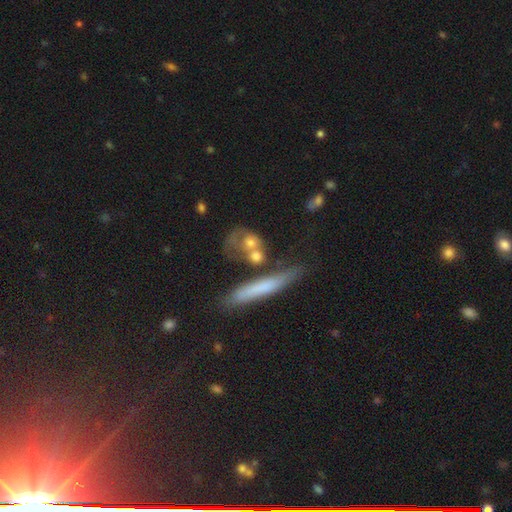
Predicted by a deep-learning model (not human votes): Overall: smooth (59%; featured or disk 32%). How rounded: round (46%; in between 28%). Merging: none (43%; merger 29%).